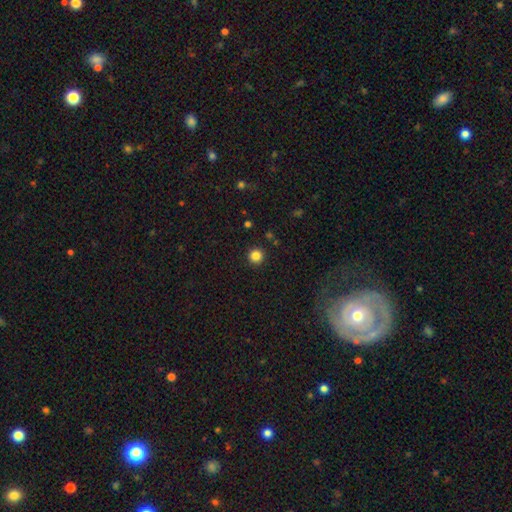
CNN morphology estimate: Smooth or featured: smooth — 84% (star or artifact — 12%)
How rounded: round — 96% (in between — 3%)
Merging: none — 92% (minor disturbance — 5%)